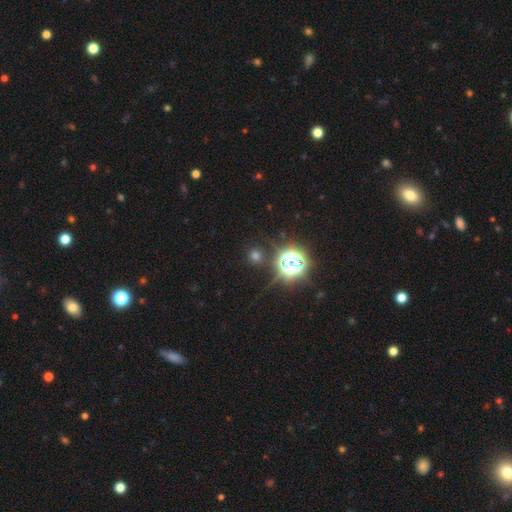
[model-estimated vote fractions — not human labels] Smooth or featured?
  - smooth: 53% *
  - star or artifact: 40%
  - featured or disk: 7%
How rounded?
  - round: 91% *
  - in between: 8%
  - cigar-shaped: 1%
Merging?
  - none: 83% *
  - minor disturbance: 9%
  - major disturbance: 4%
  - merger: 4%